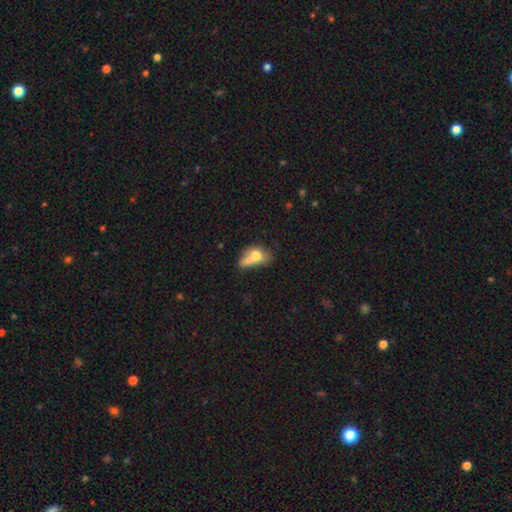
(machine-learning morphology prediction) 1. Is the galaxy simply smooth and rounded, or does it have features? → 67% smooth, 24% featured or disk, 10% star or artifact.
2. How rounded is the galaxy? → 74% in between, 21% round, 5% cigar-shaped.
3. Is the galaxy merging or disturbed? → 40% merger, 22% none, 20% major disturbance, 18% minor disturbance.